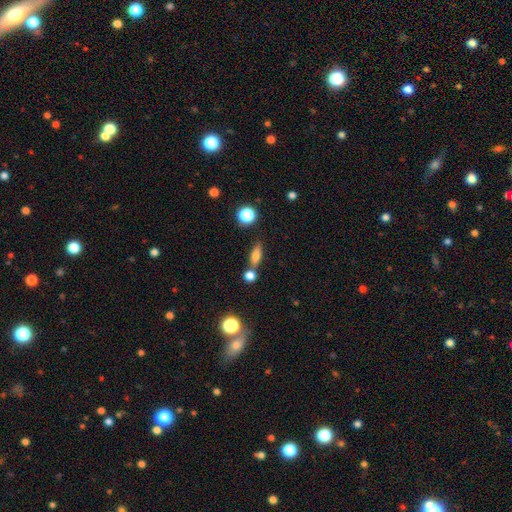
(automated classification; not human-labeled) A smooth galaxy with no disk features (73%) that is in between round and cigar-shaped (53%). Merging: none (65%).